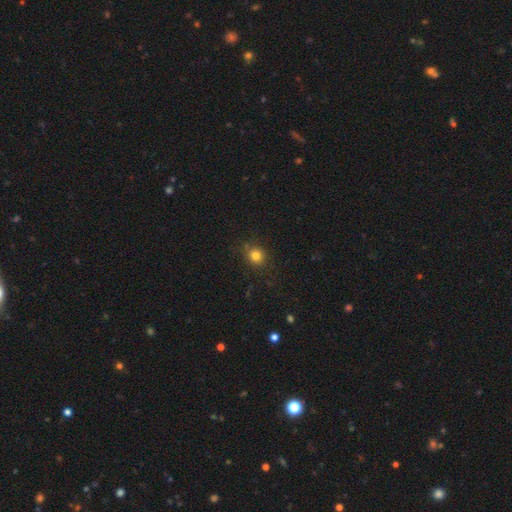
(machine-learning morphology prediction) This is clearly a smooth galaxy (81%). How rounded: clearly round (83%). Merging: clearly none (84%).